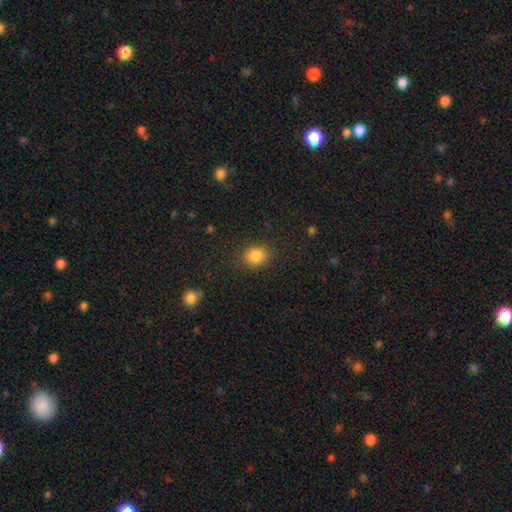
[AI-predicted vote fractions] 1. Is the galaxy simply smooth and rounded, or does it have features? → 85% smooth, 10% star or artifact, 5% featured or disk.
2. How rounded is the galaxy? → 57% round, 42% in between, 1% cigar-shaped.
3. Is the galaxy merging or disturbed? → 86% none, 9% minor disturbance, 3% major disturbance, 1% merger.